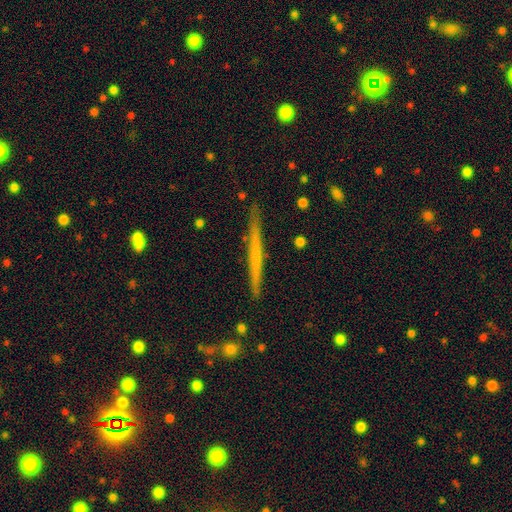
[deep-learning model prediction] smooth_or_featured: featured or disk (p=0.52) [alt: smooth p=0.42]
disk_edge_on: yes (p=0.97) [alt: no p=0.03]
edge_on_bulge: none (p=0.87) [alt: rounded p=0.09]
merging: none (p=0.89) [alt: minor disturbance p=0.08]